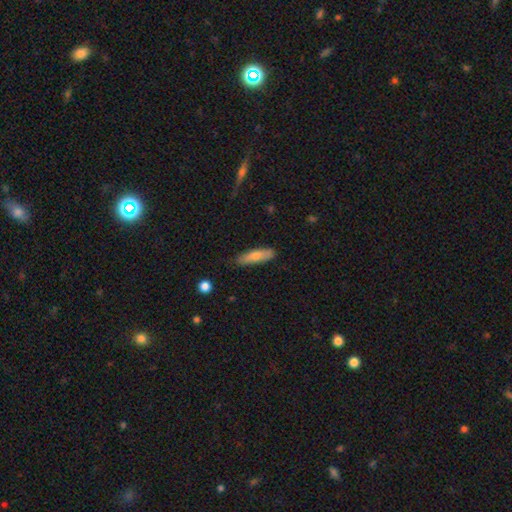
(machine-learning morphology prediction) A smooth galaxy with no disk features (70%) that is cigar-shaped (70%). Merging: none (83%).